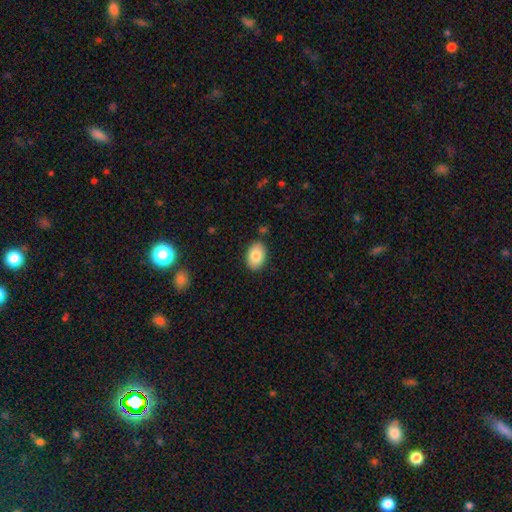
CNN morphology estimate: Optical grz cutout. It shows a smooth galaxy with no disk features (83%) that is in between round and cigar-shaped (88%). Merging: none (86%).